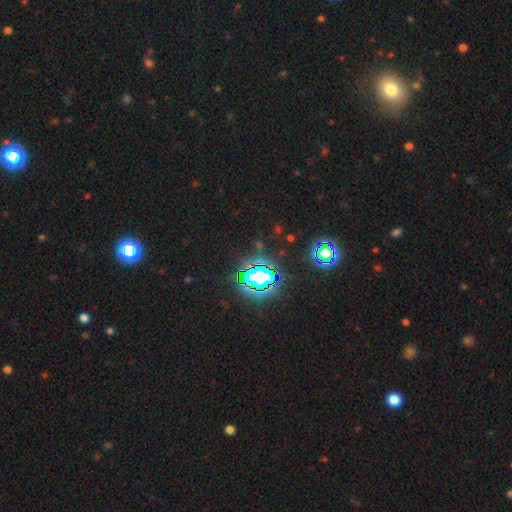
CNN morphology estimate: Smooth or featured? star or artifact (80%)